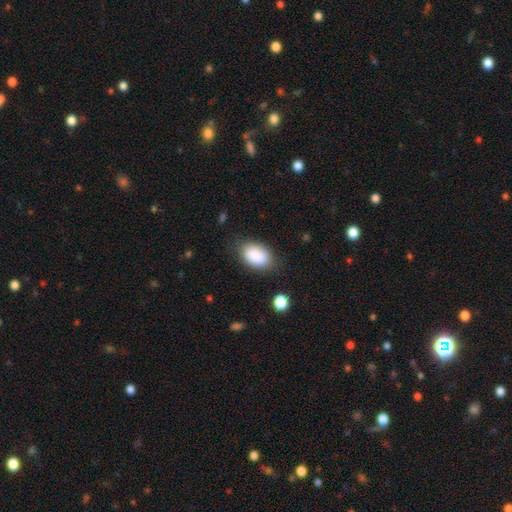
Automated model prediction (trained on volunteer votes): smooth-or-featured: smooth: 87% | star or artifact: 7% | featured or disk: 6%
  how-rounded: in between: 89% | round: 9% | cigar-shaped: 1%
  merging: none: 75% | minor disturbance: 17% | major disturbance: 5% | merger: 3%